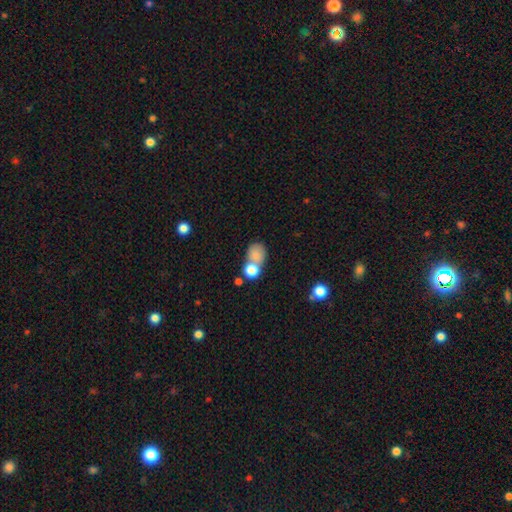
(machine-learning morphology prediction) Smooth or featured?
  - smooth: 79% *
  - star or artifact: 11%
  - featured or disk: 10%
How rounded?
  - round: 60% *
  - in between: 38%
  - cigar-shaped: 1%
Merging?
  - merger: 45% *
  - none: 37%
  - minor disturbance: 11%
  - major disturbance: 6%